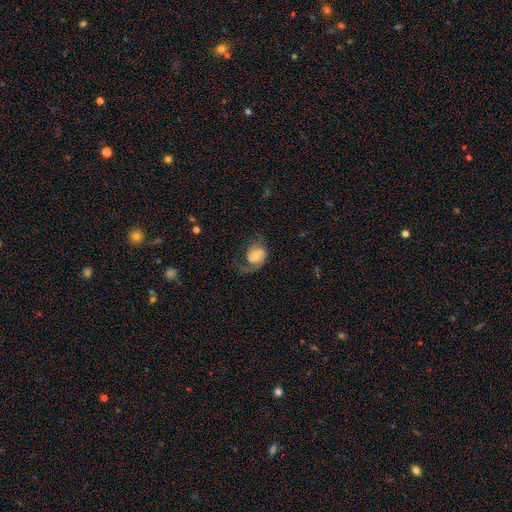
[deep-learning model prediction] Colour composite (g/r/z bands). It shows a featured or disk galaxy (67%) with no bar (56%), 2 (58%) medium (42%) spiral arms (90%) and a small central bulge (41%). Merging: none (45%).